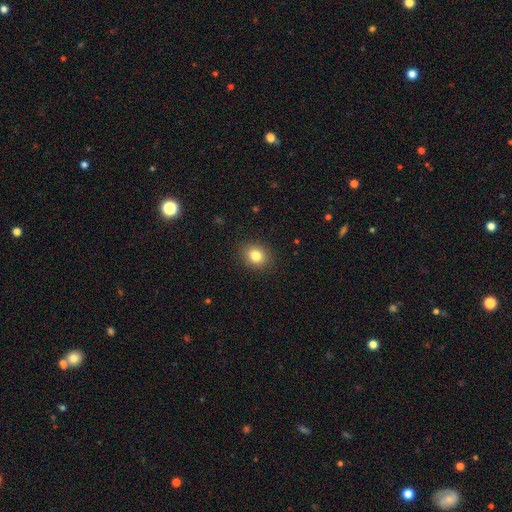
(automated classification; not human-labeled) This is clearly a smooth galaxy (82%). How rounded: likely round (65%). Merging: clearly none (90%).